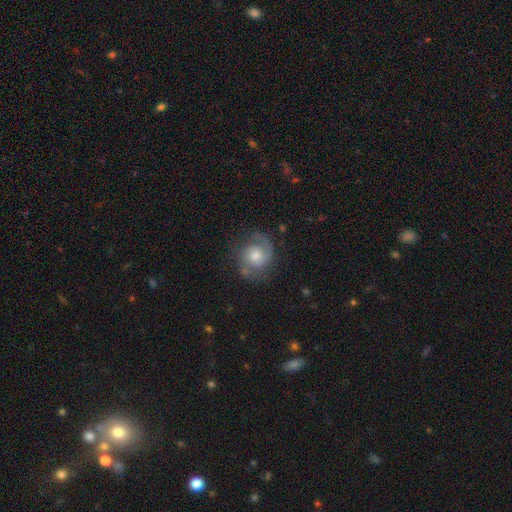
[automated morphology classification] Overall: featured or disk (78%). Edge-on disk: no (98%). Bar: no (65%; weak 30%). Spiral arms: yes (95%). Spiral arm count: 2 (84%). Spiral winding: medium (50%; tight 32%). Bulge size: moderate (55%; small 29%). Merging: none (75%).